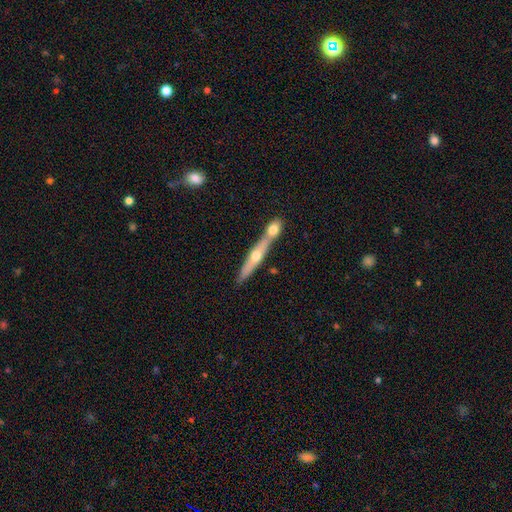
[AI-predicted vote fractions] Smooth or featured? featured or disk (55%)
Edge-on disk? yes (88%)
Merging? none (49%)